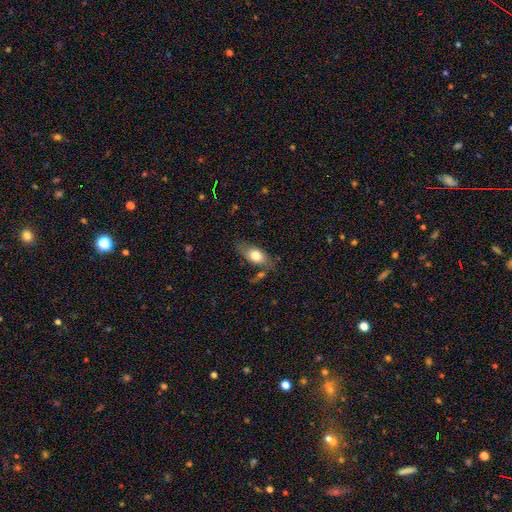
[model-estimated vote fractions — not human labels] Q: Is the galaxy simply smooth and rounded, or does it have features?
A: smooth — 73%.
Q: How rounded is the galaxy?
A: in between — 85%.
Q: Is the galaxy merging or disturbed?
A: none — 64%.